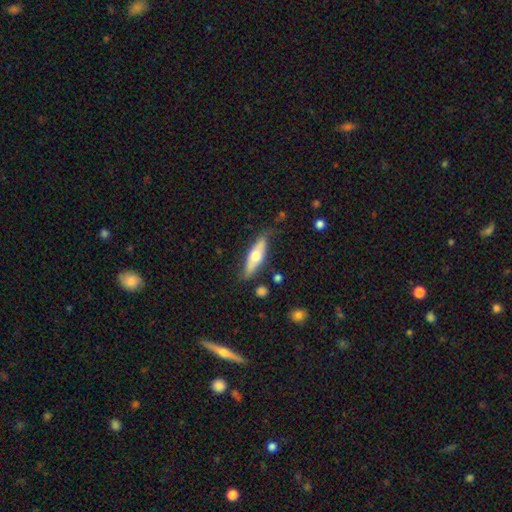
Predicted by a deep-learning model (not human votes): Overall: smooth (53%; featured or disk 42%). How rounded: cigar-shaped (49%; in between 48%). Merging: none (73%).